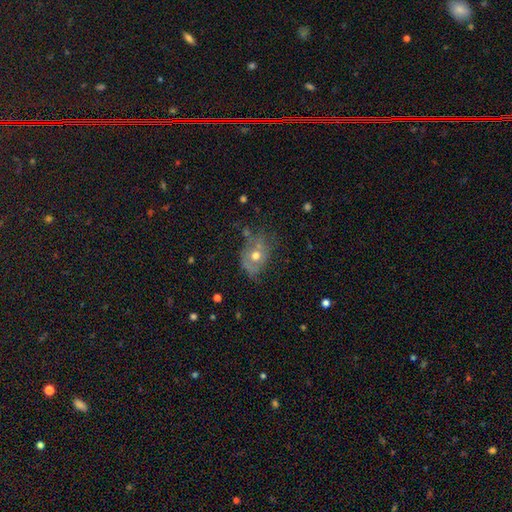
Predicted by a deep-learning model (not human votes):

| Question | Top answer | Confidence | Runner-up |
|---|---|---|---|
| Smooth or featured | smooth | 50% | featured or disk (38%) |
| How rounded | in between | 58% | round (40%) |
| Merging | none | 43% | minor disturbance (30%) |